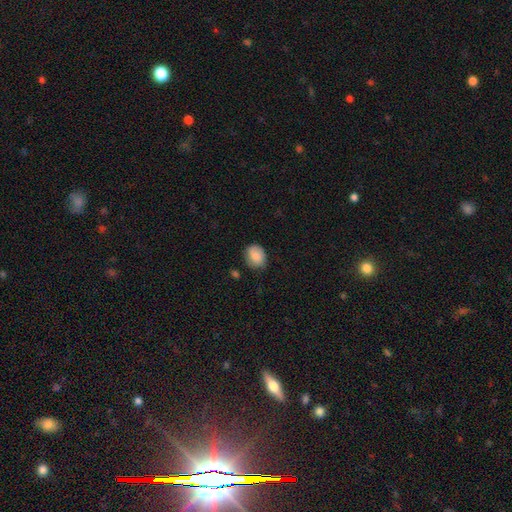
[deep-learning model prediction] This is likely a smooth galaxy (78%). How rounded: possibly round (57%). Merging: likely none (72%).